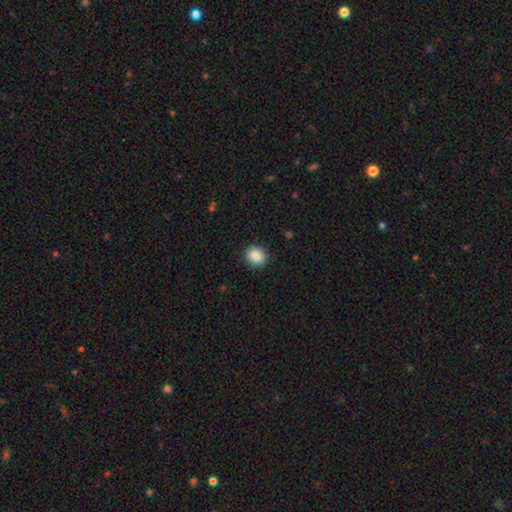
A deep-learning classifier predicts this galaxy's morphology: A smooth galaxy with no disk features (87%) that is round (75%).

Vote fractions:
- Smooth or featured? smooth: 87% / star or artifact: 9% / featured or disk: 5%
- How rounded? round: 75% / in between: 24% / cigar-shaped: 1%
- Merging? none: 90% / minor disturbance: 7% / major disturbance: 2% / merger: 1%